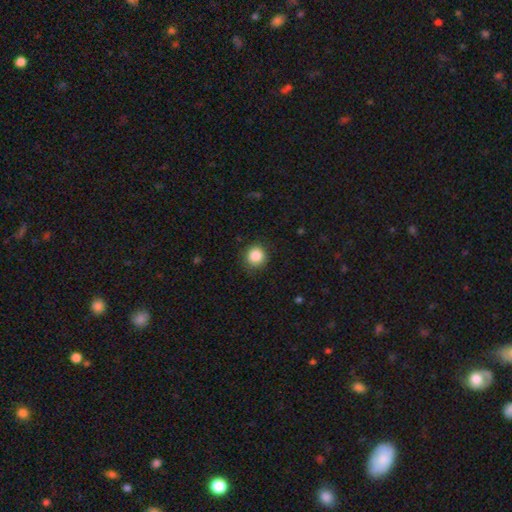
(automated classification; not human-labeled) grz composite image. It shows a smooth galaxy with no disk features (86%) that is round (92%). Merging: none (87%).